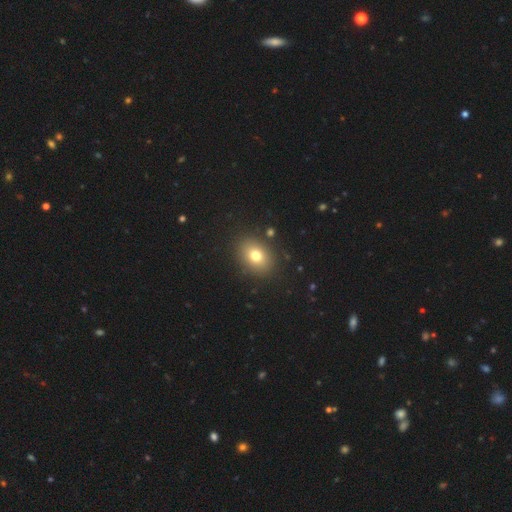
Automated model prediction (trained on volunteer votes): Morphology: type=smooth (75%); roundness=in between (62%); merging=none (87%).